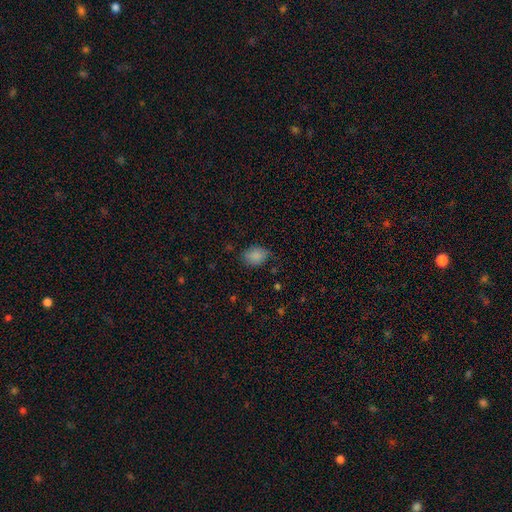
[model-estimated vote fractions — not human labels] Overall: smooth (85%). How rounded: in between (68%; round 30%). Merging: none (73%).